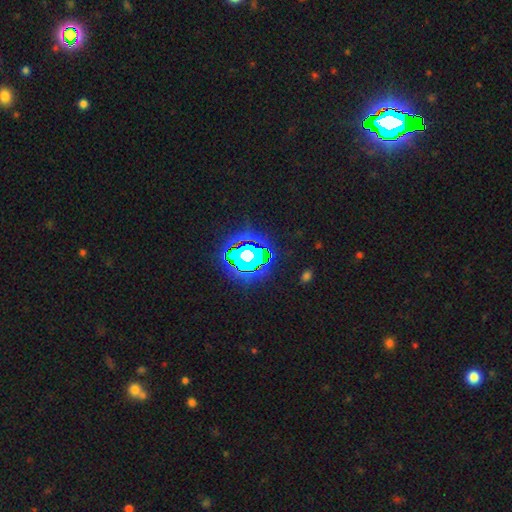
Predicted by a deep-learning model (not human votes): The model was most divided on "smooth or featured": star or artifact: 80%, smooth: 12%, featured or disk: 8%.